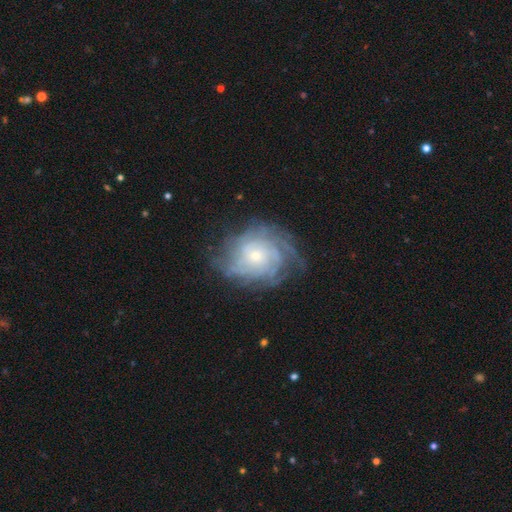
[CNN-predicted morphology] Smooth or featured: featured or disk — 82% (smooth — 11%)
Edge-on disk: no — 97% (yes — 3%)
Bar: no — 79% (weak — 18%)
Spiral arms: yes — 93% (no — 7%)
Spiral winding: tight — 69% (medium — 24%)
Spiral arm count: can't tell — 39% (more than 4 — 19%)
Bulge size: small — 68% (moderate — 27%)
Merging: none — 69% (minor disturbance — 18%)